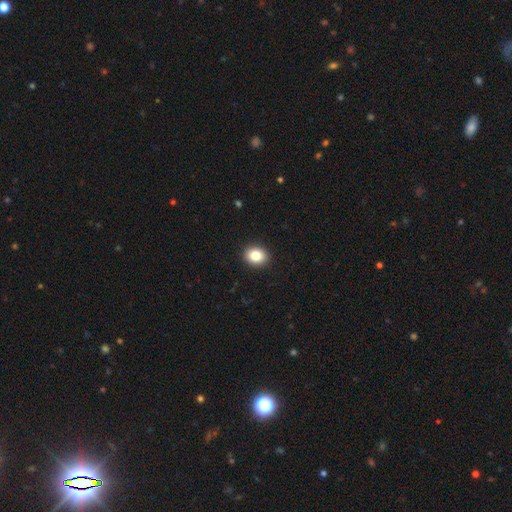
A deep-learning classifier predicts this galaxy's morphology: Smooth or featured?
  - smooth: 84% *
  - star or artifact: 9%
  - featured or disk: 6%
How rounded?
  - round: 56% *
  - in between: 43%
  - cigar-shaped: 1%
Merging?
  - none: 92% *
  - minor disturbance: 6%
  - major disturbance: 2%
  - merger: 1%